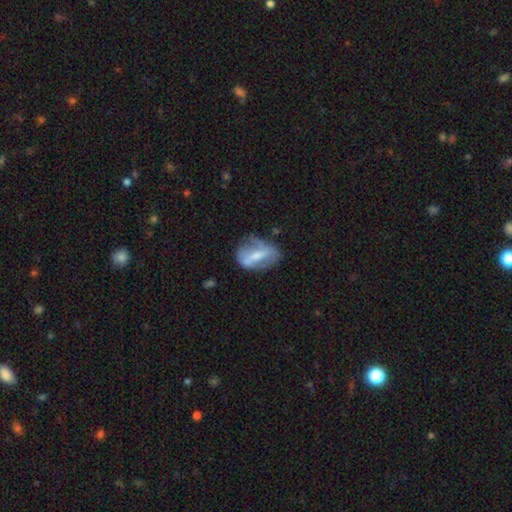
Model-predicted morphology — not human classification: This appears to be a featured or disk galaxy (57%) with a strong bar (52%), no spiral arms (57%) and a moderate central bulge (39%). Merging: none (53%).